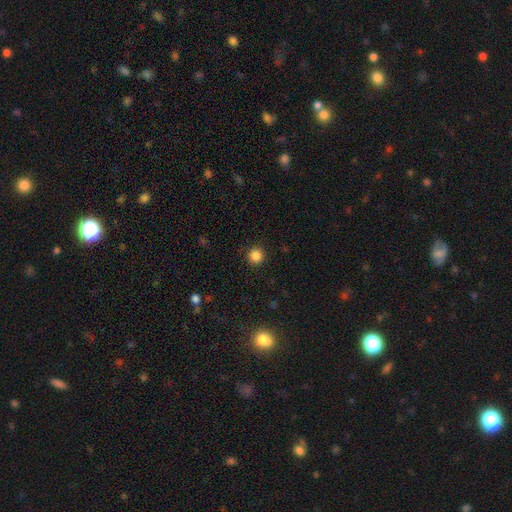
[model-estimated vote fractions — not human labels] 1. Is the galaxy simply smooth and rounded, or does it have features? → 85% smooth, 12% star or artifact, 3% featured or disk.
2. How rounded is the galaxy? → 94% round, 5% in between, 1% cigar-shaped.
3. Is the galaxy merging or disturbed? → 91% none, 6% minor disturbance, 2% major disturbance, 1% merger.